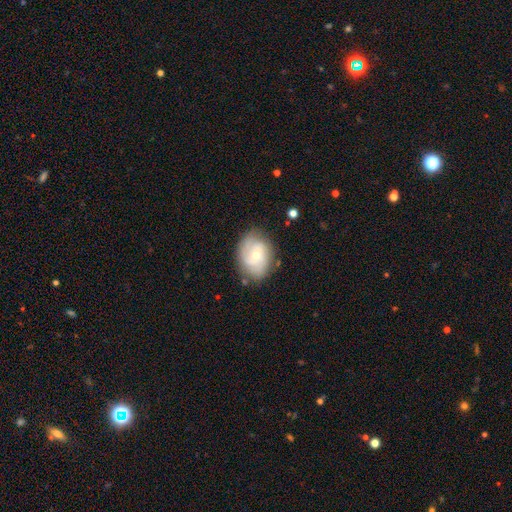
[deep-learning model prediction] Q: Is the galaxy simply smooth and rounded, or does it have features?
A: featured or disk — 61%.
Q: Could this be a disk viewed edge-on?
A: no — 96%.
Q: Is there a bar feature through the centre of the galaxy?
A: no — 73%.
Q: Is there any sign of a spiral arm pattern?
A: yes — 82%.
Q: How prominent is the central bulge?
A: small — 49%.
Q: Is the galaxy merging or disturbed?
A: none — 75%.